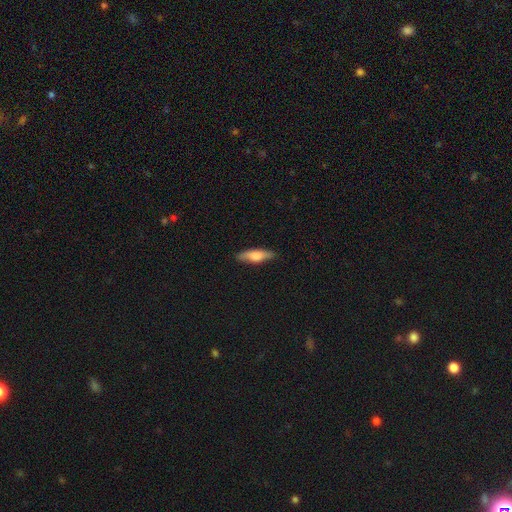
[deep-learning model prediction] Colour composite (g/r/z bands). It shows a smooth galaxy with no disk features (56%) that is cigar-shaped (59%). Merging: none (86%).